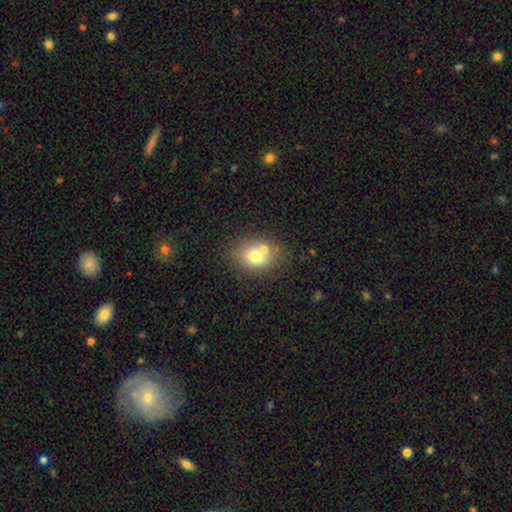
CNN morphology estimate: This is likely a smooth galaxy (71%). How rounded: possibly in between (53%). Merging: possibly none (58%).